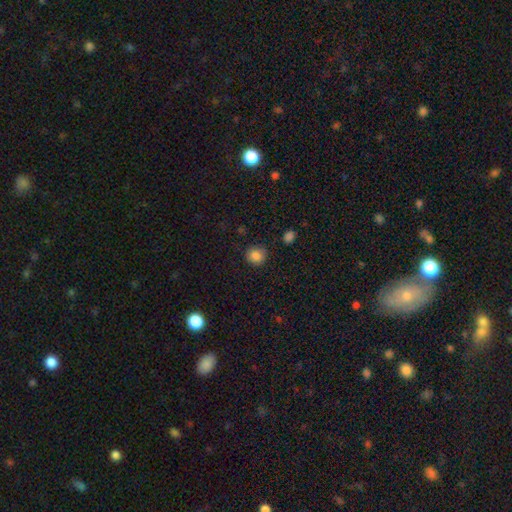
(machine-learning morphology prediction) Q: Smooth or featured?
A: smooth (85%); runner-up: star or artifact (10%)
Q: How rounded?
A: round (88%); runner-up: in between (11%)
Q: Merging?
A: none (84%); runner-up: minor disturbance (11%)